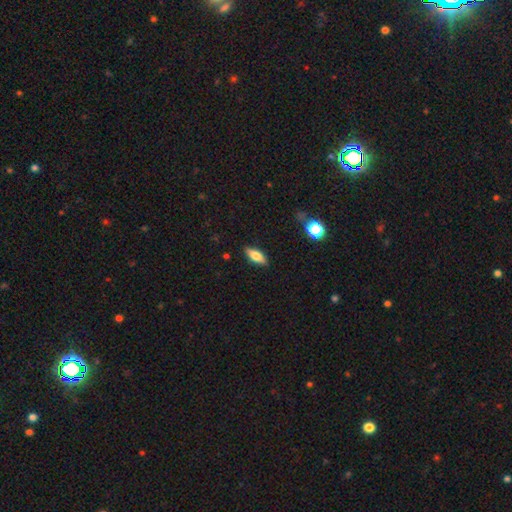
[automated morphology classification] type=smooth (65%); roundness=in between (70%); merging=none (86%).